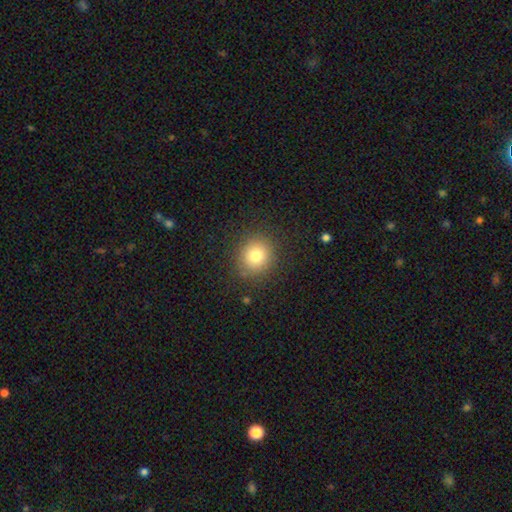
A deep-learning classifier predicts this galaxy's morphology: smooth 78%, star or artifact 13%, featured or disk 9%. Down the decision tree: how rounded — round (87%); merging — none (87%).